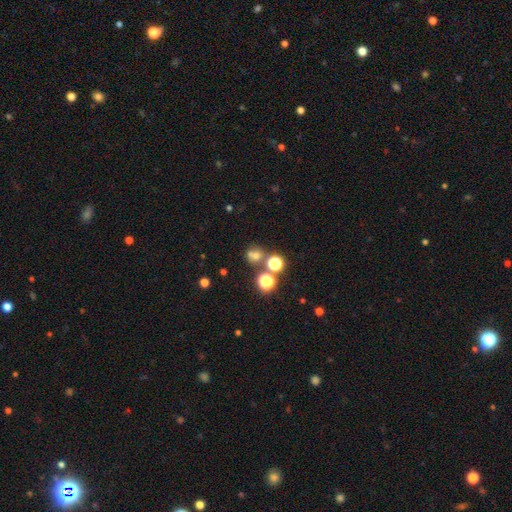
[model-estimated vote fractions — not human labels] This is possibly a smooth galaxy (57%). How rounded: clearly round (86%). Merging: possibly none (59%).